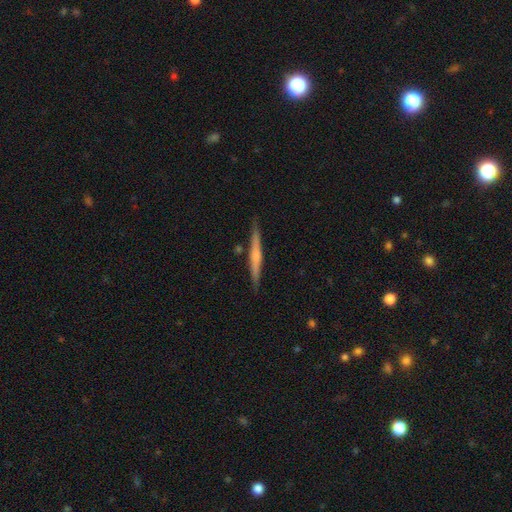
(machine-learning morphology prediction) Smooth or featured? featured or disk (53%)
Edge-on disk? yes (97%)
Edge-on bulge? none (44%)
Merging? none (87%)